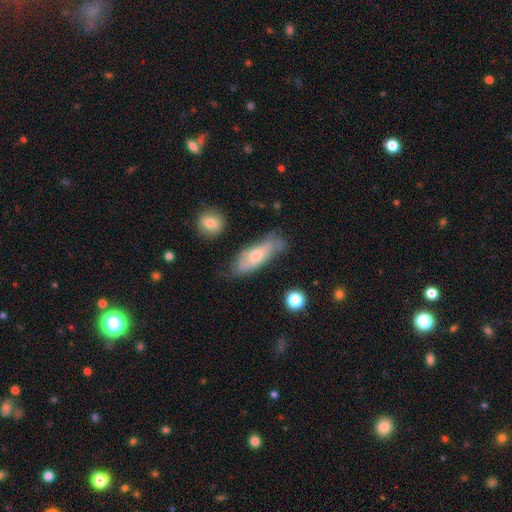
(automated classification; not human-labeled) Smooth or featured: smooth — 50% (featured or disk — 43%)
Merging: none — 60% (minor disturbance — 28%)